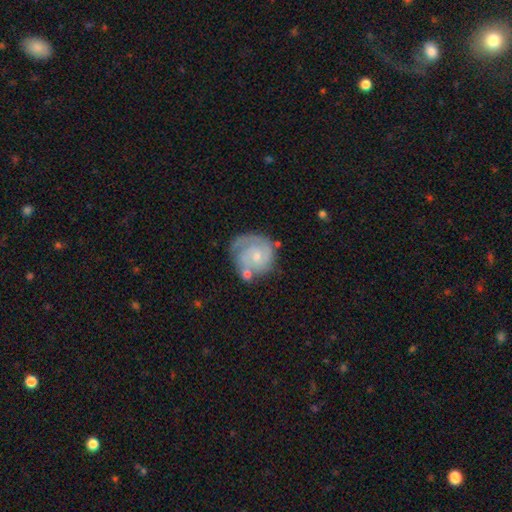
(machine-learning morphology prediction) This appears to be a featured or disk galaxy (75%) with no bar (65%), 2 (46%) tight (60%) spiral arms (92%) and a small central bulge (61%). Merging: none (55%).